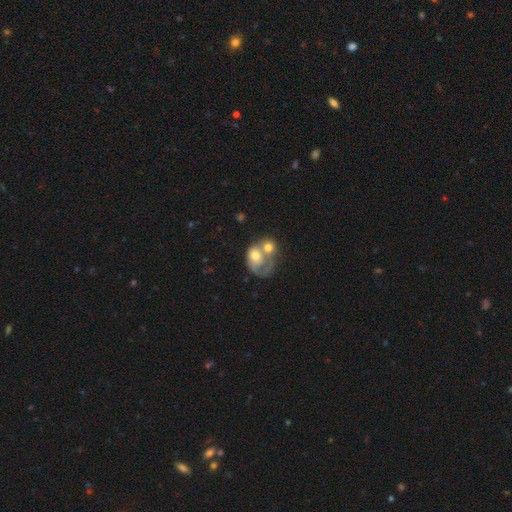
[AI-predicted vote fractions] The model was most divided on "smooth or featured": smooth: 51%, featured or disk: 42%, star or artifact: 7%. More confident: merging — merger (69%); how rounded — in between (54%).